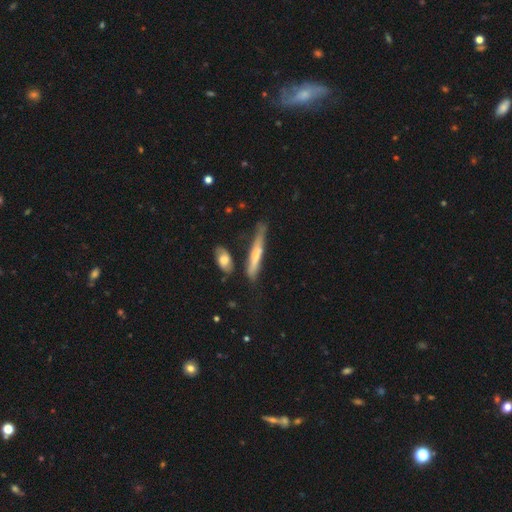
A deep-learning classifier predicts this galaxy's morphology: The model was most divided on "smooth or featured": smooth: 51%, featured or disk: 42%, star or artifact: 6%. More confident: how rounded — cigar-shaped (89%); merging — none (53%).